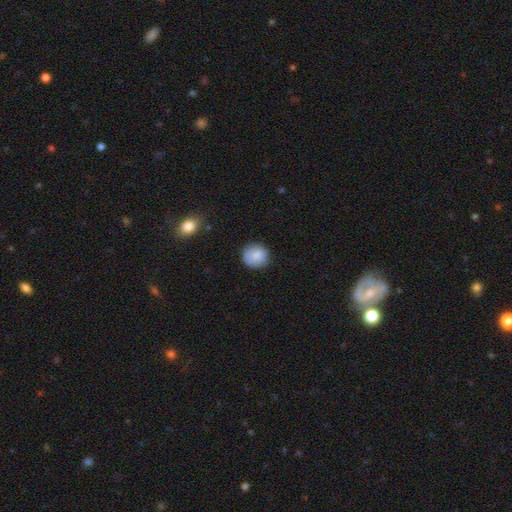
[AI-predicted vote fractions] Overall: smooth (84%). How rounded: round (91%). Merging: none (85%).